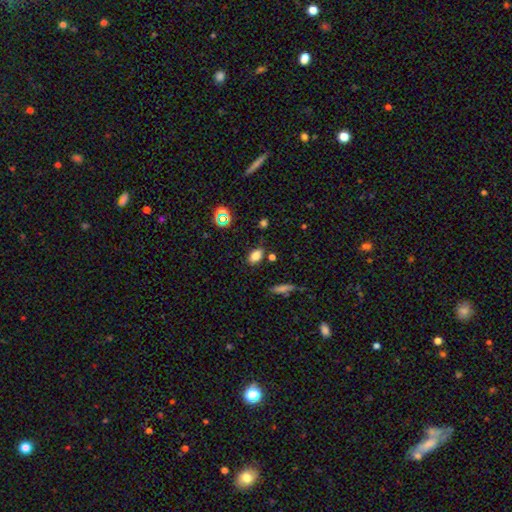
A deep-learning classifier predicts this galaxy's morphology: A smooth galaxy with no disk features (79%) that is in between round and cigar-shaped (84%).

Vote fractions:
- Smooth or featured? smooth: 79% / star or artifact: 14% / featured or disk: 7%
- How rounded? in between: 84% / round: 12% / cigar-shaped: 3%
- Merging? none: 80% / minor disturbance: 12% / merger: 4% / major disturbance: 3%